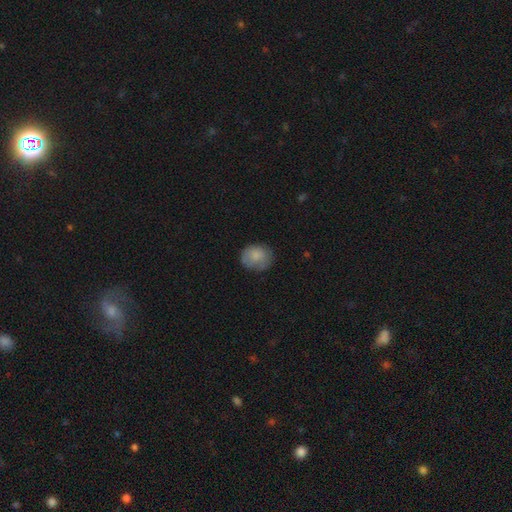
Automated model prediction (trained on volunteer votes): Morphology: type=smooth (80%); roundness=round (61%); merging=none (66%).